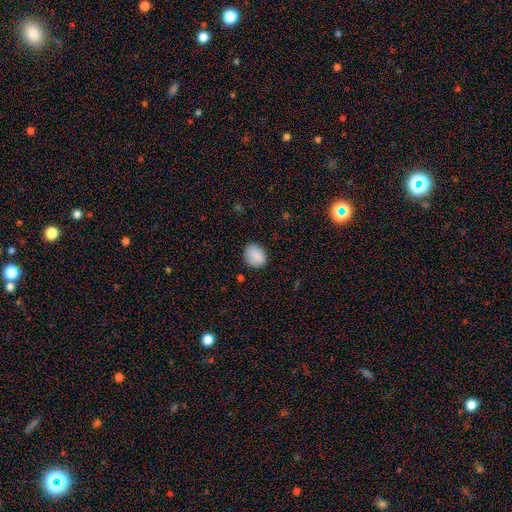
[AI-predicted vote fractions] Smooth or featured? Predicted: smooth (p=0.88). How rounded? Predicted: round (p=0.54). Merging? Predicted: none (p=0.84).